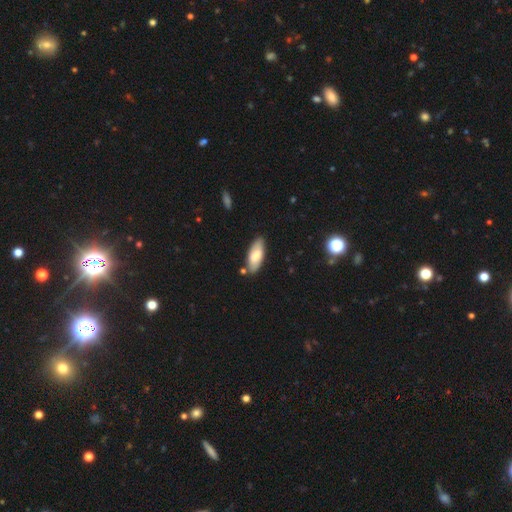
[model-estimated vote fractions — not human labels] Morphology: type=smooth (72%); roundness=in between (81%); merging=none (81%).